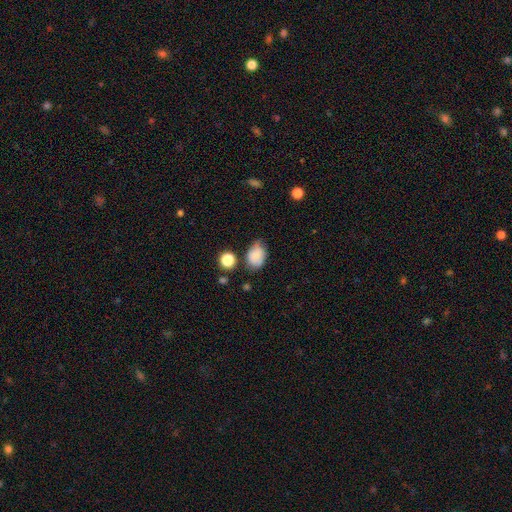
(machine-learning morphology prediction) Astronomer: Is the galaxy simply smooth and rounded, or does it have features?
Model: smooth — 75%.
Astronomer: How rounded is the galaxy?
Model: in between — 77%.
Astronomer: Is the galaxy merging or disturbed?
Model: none — 57%.